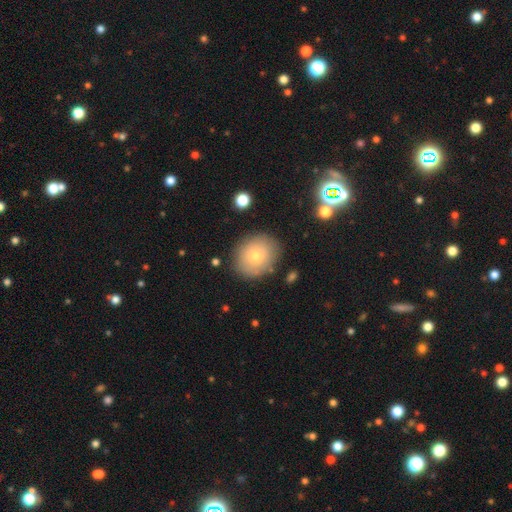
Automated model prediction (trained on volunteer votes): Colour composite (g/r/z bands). It shows a smooth galaxy with no disk features (72%) that is round (63%). Merging: none (82%).